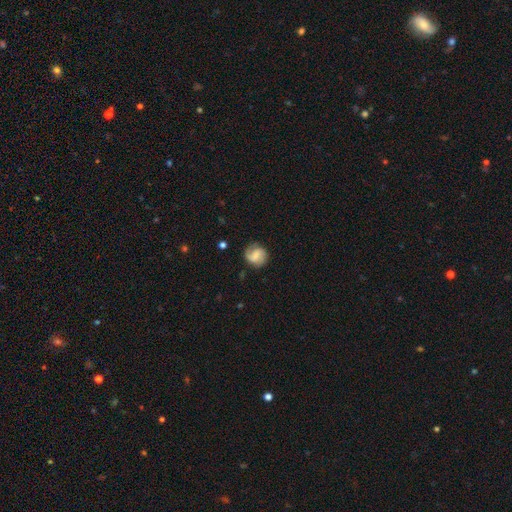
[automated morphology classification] Q: Smooth or featured?
A: featured or disk (62%); runner-up: smooth (31%)
Q: Edge-on disk?
A: no (98%); runner-up: yes (2%)
Q: Bar?
A: weak (50%); runner-up: no (35%)
Q: Spiral arms?
A: yes (93%); runner-up: no (7%)
Q: Spiral winding?
A: medium (44%); runner-up: loose (28%)
Q: Spiral arm count?
A: 2 (80%); runner-up: 1 (8%)
Q: Bulge size?
A: small (38%); runner-up: moderate (28%)
Q: Merging?
A: none (77%); runner-up: minor disturbance (16%)